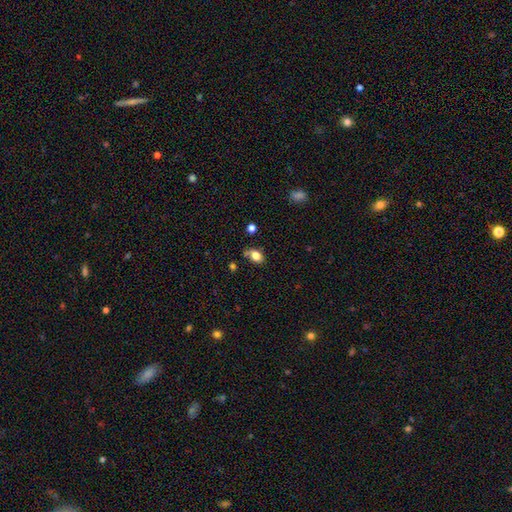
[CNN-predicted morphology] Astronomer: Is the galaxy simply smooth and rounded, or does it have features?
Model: smooth — 79%.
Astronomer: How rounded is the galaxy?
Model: in between — 72%.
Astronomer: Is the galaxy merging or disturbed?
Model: none — 62%.